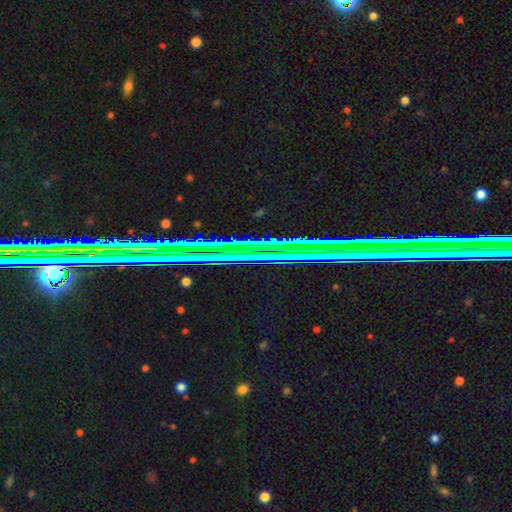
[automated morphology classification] Q: Smooth or featured?
A: star or artifact (80%); runner-up: featured or disk (12%)